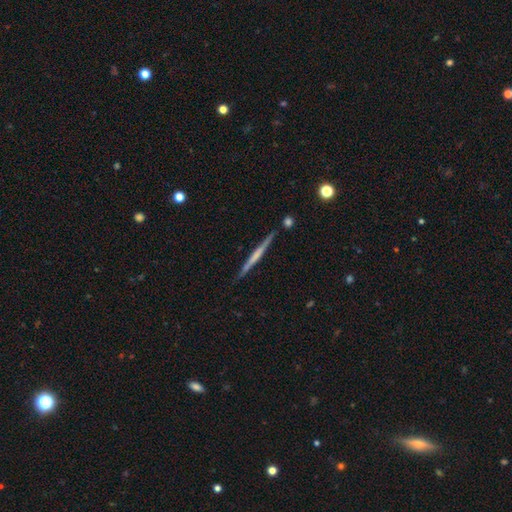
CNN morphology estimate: Smooth or featured: featured or disk — 60% (smooth — 34%)
Edge-on disk: yes — 98% (no — 2%)
Edge-on bulge: none — 71% (rounded — 17%)
Merging: none — 88% (minor disturbance — 8%)